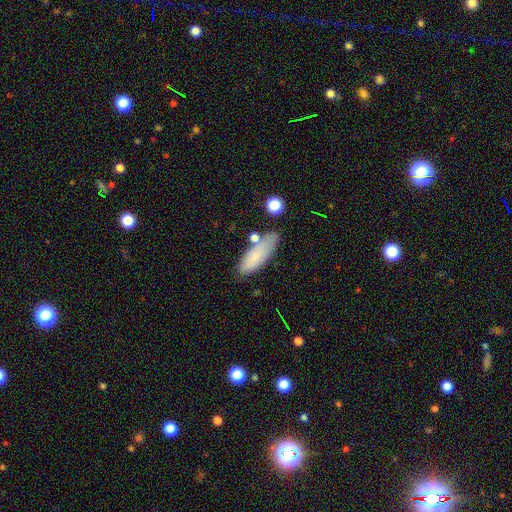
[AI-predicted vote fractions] Smooth or featured? smooth (78%)
How rounded? in between (62%)
Merging? none (69%)